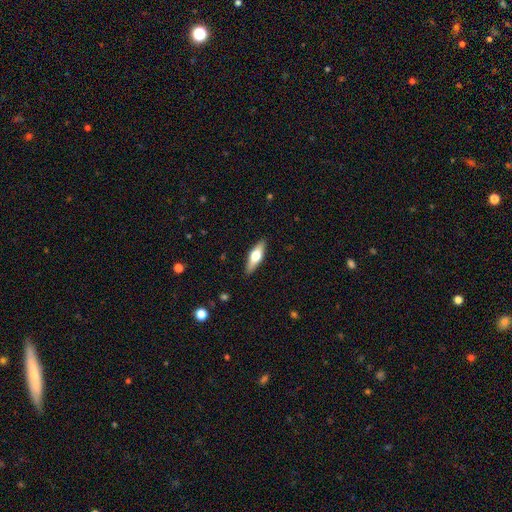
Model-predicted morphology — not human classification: Q: Smooth or featured?
A: smooth (49%); runner-up: featured or disk (46%)
Q: Merging?
A: none (89%); runner-up: minor disturbance (8%)